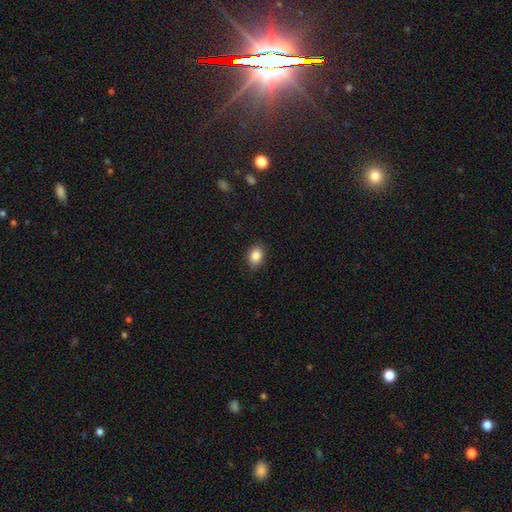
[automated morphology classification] A smooth galaxy with no disk features (87%) that is in between round and cigar-shaped (71%). Merging: none (86%).